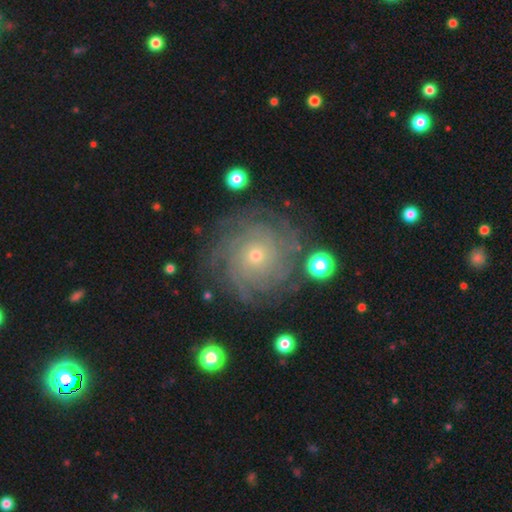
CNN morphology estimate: featured or disk 83%, smooth 9%, star or artifact 8%. Down the decision tree: edge-on disk — no (98%); bar — no (83%); spiral arms — yes (96%); spiral arm count — can't tell (33%); spiral winding — tight (78%); bulge size — small (70%); merging — none (78%).